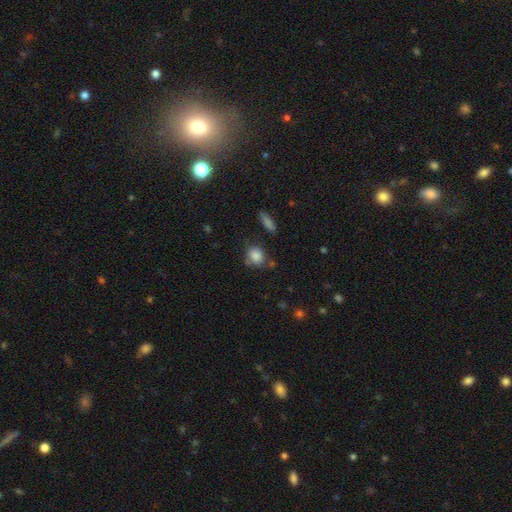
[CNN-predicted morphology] Smooth or featured? smooth (84%)
How rounded? round (67%)
Merging? none (62%)